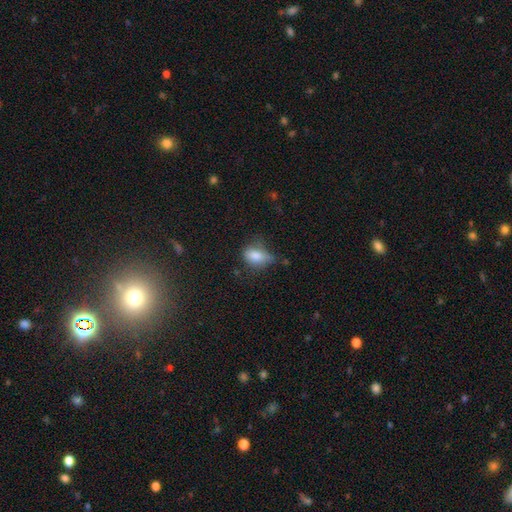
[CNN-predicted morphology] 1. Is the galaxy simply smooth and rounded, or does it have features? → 77% smooth, 13% featured or disk, 10% star or artifact.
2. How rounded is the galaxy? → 79% in between, 17% round, 4% cigar-shaped.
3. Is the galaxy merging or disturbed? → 38% none (tied), 38% minor disturbance (tied), 19% major disturbance, 4% merger.